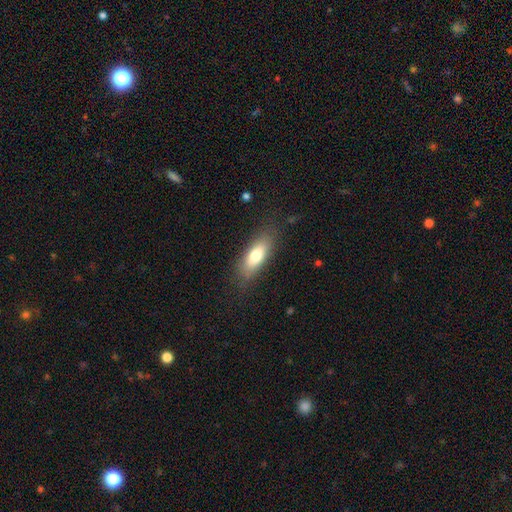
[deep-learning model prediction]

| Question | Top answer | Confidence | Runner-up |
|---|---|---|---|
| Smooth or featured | smooth | 74% | featured or disk (19%) |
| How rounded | in between | 69% | cigar-shaped (28%) |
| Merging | none | 81% | minor disturbance (13%) |